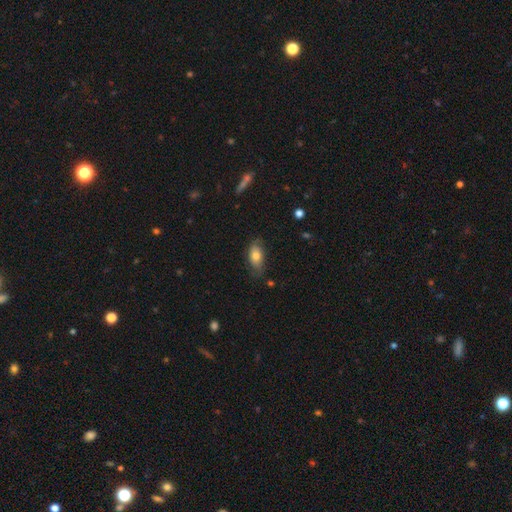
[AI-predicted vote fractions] Morphology: type=smooth (69%); roundness=in between (87%); merging=none (68%).